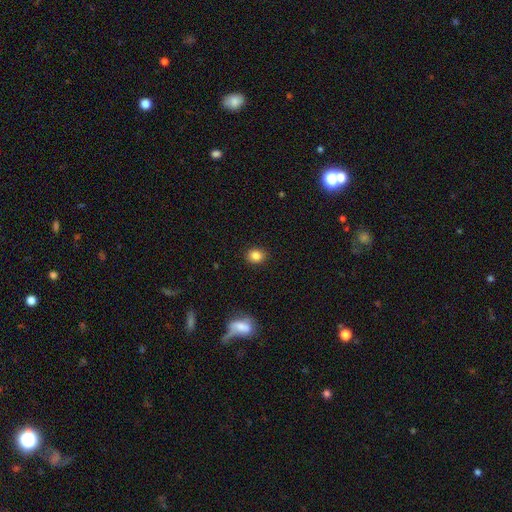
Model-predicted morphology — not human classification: Smooth or featured? Predicted: smooth (p=0.85). How rounded? Predicted: round (p=0.64). Merging? Predicted: none (p=0.90).